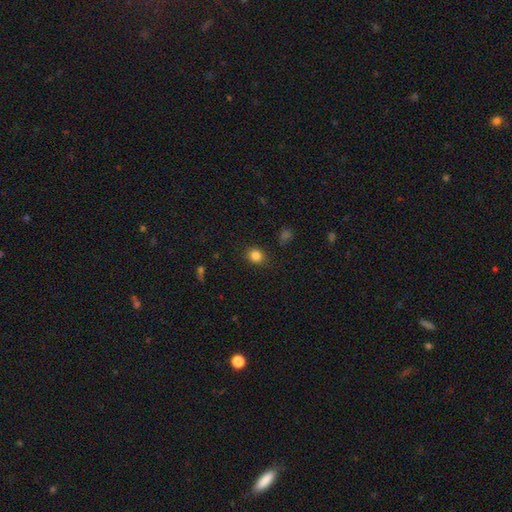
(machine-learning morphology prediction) smooth 84%, star or artifact 11%, featured or disk 4%. Down the decision tree: how rounded — round (77%); merging — none (87%).